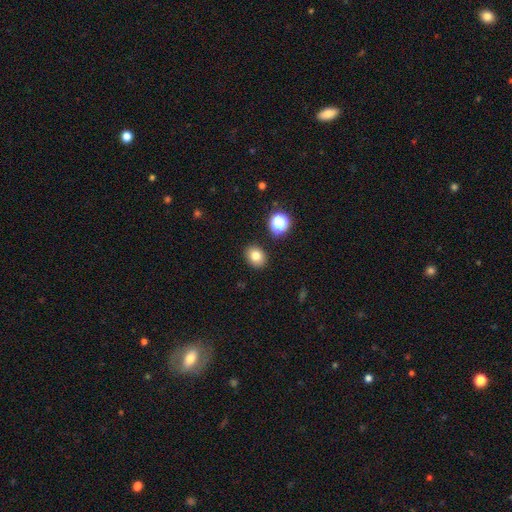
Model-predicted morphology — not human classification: Smooth or featured: smooth — 80% (star or artifact — 12%)
How rounded: in between — 50% (round — 49%)
Merging: none — 88% (minor disturbance — 8%)